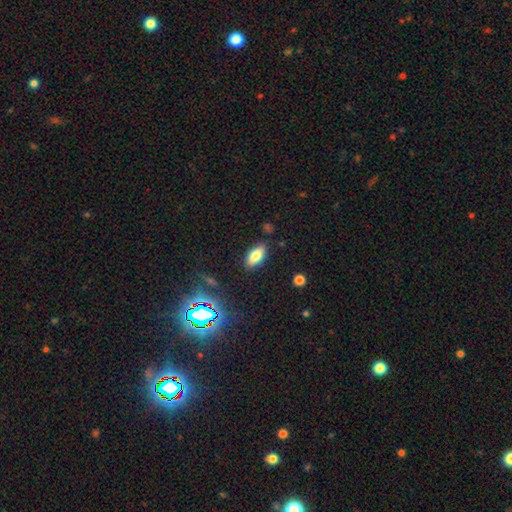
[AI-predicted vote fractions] Morphology: type=smooth (77%); roundness=in between (85%); merging=none (84%).